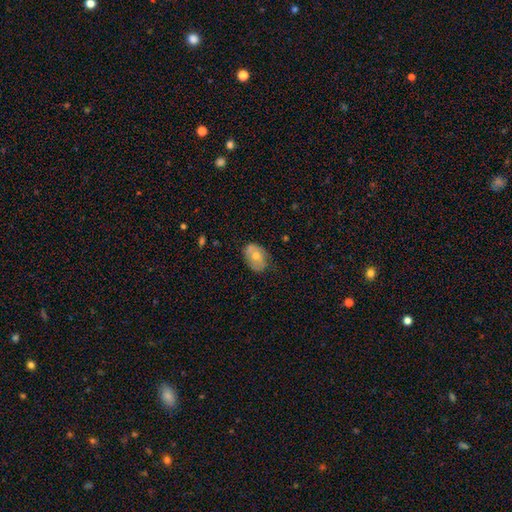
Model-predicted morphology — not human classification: Smooth or featured?
  - smooth: 60% *
  - featured or disk: 33%
  - star or artifact: 7%
How rounded?
  - in between: 80% *
  - round: 19%
  - cigar-shaped: 1%
Merging?
  - none: 64% *
  - minor disturbance: 27%
  - major disturbance: 7%
  - merger: 3%